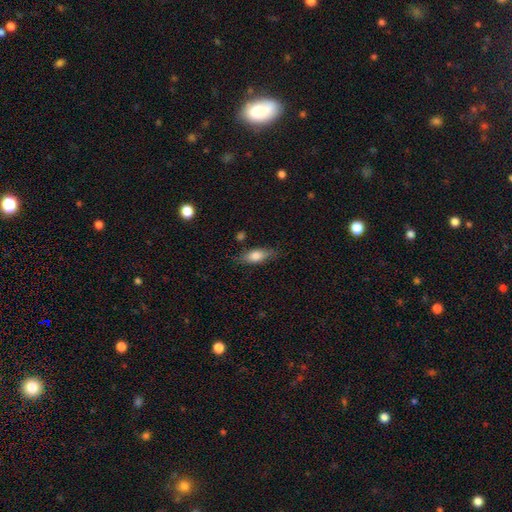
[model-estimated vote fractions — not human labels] Smooth or featured? Predicted: smooth (p=0.75). How rounded? Predicted: in between (p=0.74). Merging? Predicted: none (p=0.75).